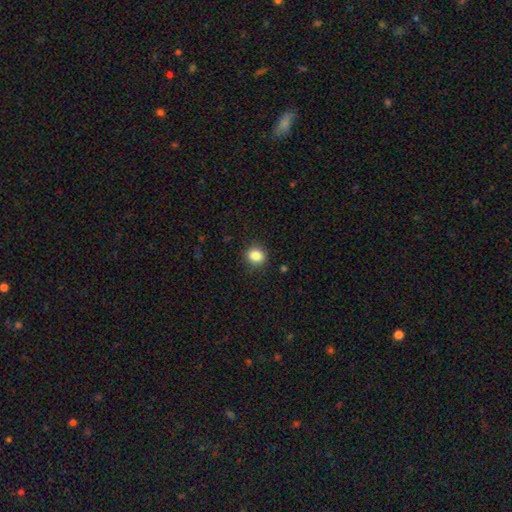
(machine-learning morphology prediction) Smooth or featured? Predicted: smooth (p=0.85). How rounded? Predicted: round (p=0.81). Merging? Predicted: none (p=0.89).